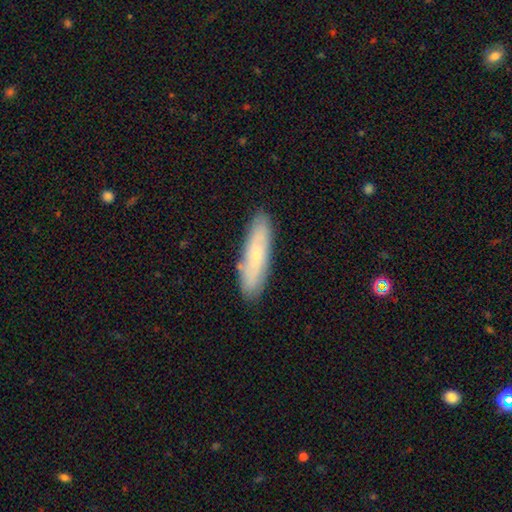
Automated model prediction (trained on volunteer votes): Morphology: type=smooth (57%); roundness=cigar-shaped (69%); merging=none (86%).